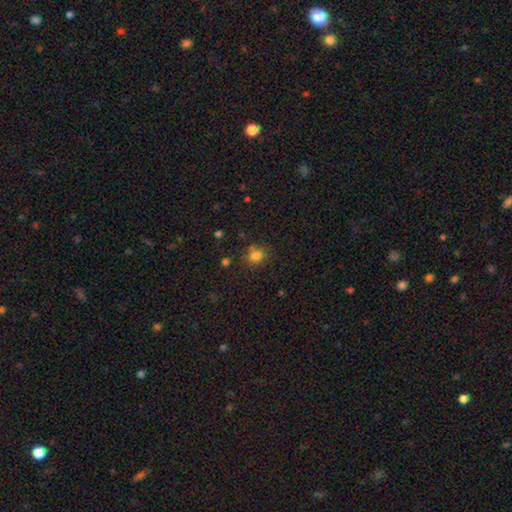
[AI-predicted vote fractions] This is likely a smooth galaxy (80%). How rounded: clearly round (80%). Merging: likely none (75%).